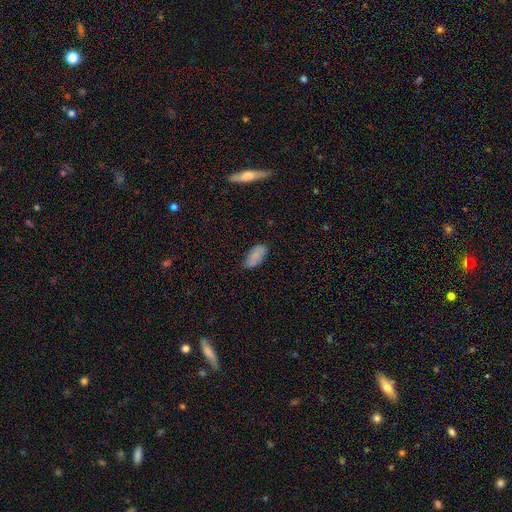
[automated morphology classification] Q: Smooth or featured?
A: smooth (81%); runner-up: featured or disk (11%)
Q: How rounded?
A: in between (93%); runner-up: cigar-shaped (5%)
Q: Merging?
A: none (78%); runner-up: minor disturbance (17%)